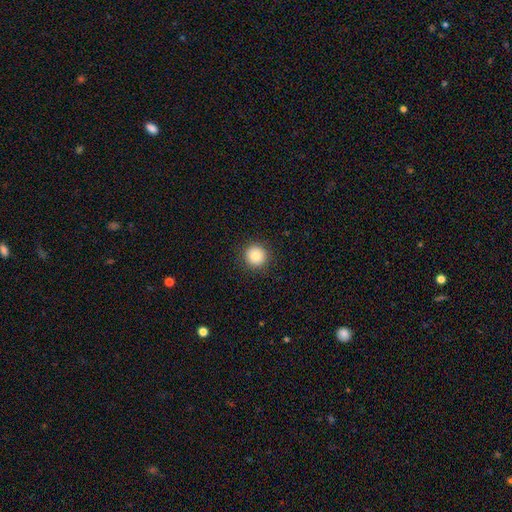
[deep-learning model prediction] This is clearly a smooth galaxy (84%). How rounded: clearly round (95%). Merging: clearly none (92%).